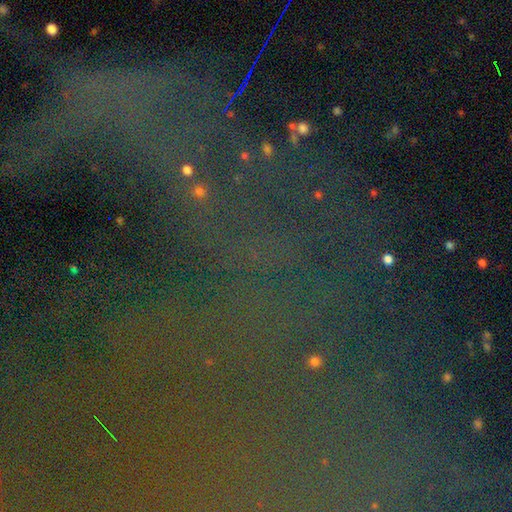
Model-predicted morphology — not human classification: Smooth or featured? star or artifact (82%)